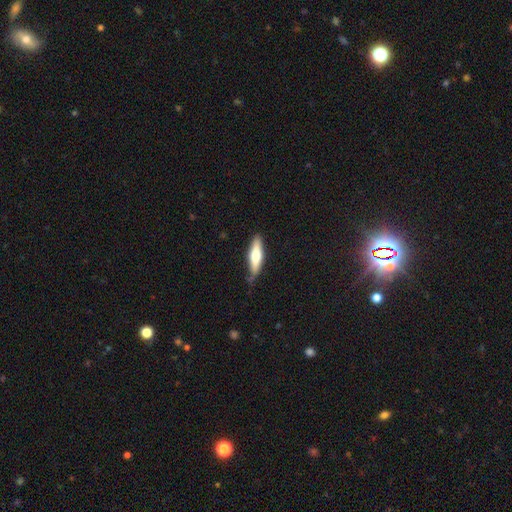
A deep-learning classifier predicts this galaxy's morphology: Q: Smooth or featured?
A: smooth (57%); runner-up: featured or disk (37%)
Q: How rounded?
A: cigar-shaped (62%); runner-up: in between (36%)
Q: Merging?
A: none (74%); runner-up: minor disturbance (21%)